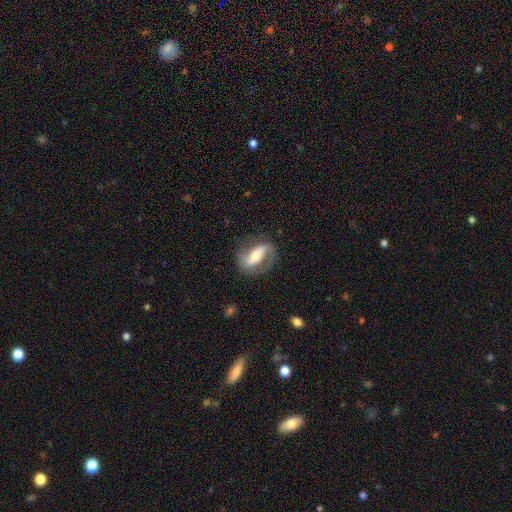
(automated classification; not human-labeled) smooth_or_featured: featured or disk (p=0.75) [alt: smooth p=0.19]
disk_edge_on: no (p=0.91) [alt: yes p=0.09]
bar: strong (p=0.52) [alt: weak p=0.26]
has_spiral_arms: yes (p=0.85) [alt: no p=0.15]
spiral_winding: medium (p=0.40) [alt: loose p=0.38]
spiral_arm_count: 2 (p=0.85) [alt: 1 p=0.07]
bulge_size: moderate (p=0.63) [alt: small p=0.25]
merging: none (p=0.76) [alt: minor disturbance p=0.15]